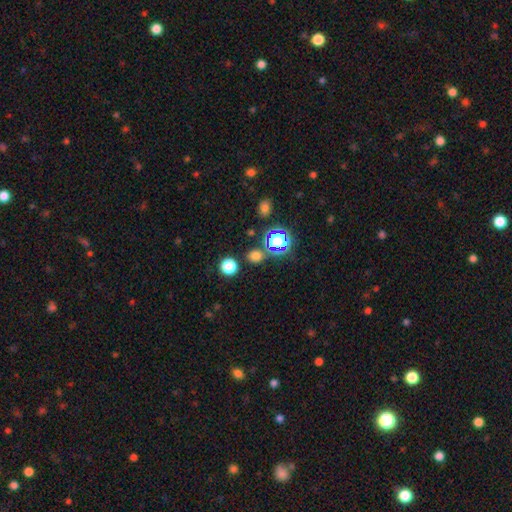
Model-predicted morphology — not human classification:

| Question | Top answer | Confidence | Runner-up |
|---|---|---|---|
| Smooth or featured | smooth | 64% | star or artifact (30%) |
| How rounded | round | 75% | in between (23%) |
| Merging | none | 79% | merger (9%) |